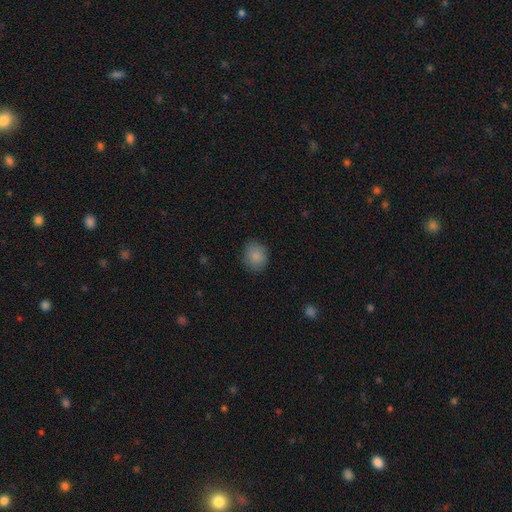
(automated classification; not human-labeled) Overall: smooth (86%). How rounded: round (77%). Merging: none (85%).